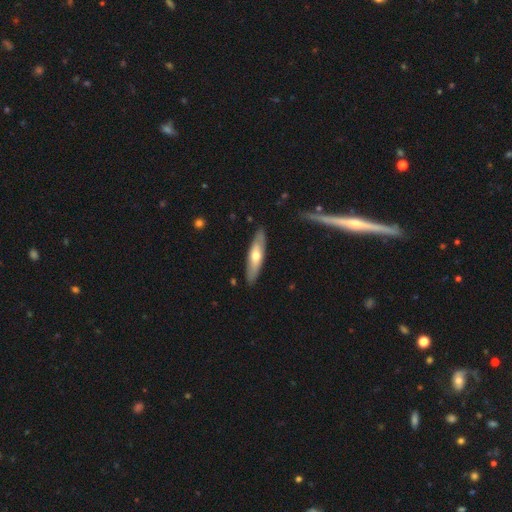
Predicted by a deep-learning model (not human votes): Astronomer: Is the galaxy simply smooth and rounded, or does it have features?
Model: smooth — 50% (runner-up: featured or disk, 45%).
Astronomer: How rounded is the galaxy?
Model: cigar-shaped — 66%.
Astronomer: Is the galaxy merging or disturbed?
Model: none — 88%.